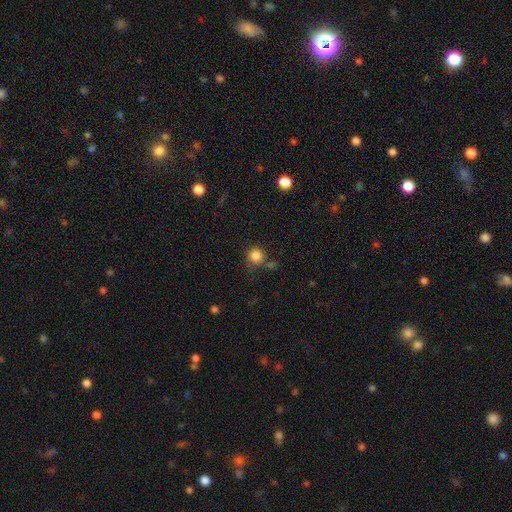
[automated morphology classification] smooth 84%, star or artifact 11%, featured or disk 6%. Down the decision tree: how rounded — round (88%); merging — none (57%).